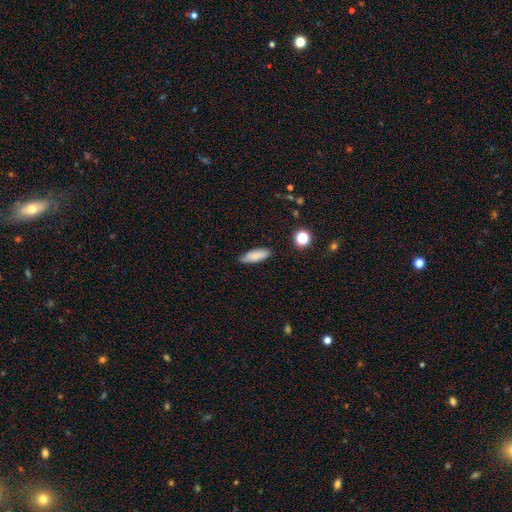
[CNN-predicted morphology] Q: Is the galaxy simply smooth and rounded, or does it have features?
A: smooth — 83%.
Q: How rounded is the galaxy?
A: in between — 65%.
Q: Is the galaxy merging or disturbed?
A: none — 79%.